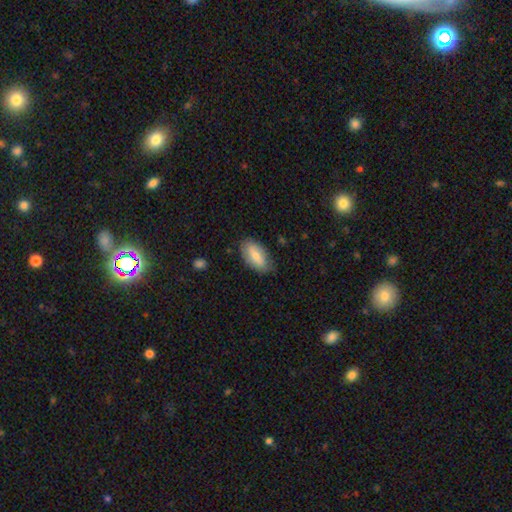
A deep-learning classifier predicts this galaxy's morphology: This is likely a smooth galaxy (76%). How rounded: clearly in between (91%). Merging: likely none (76%).